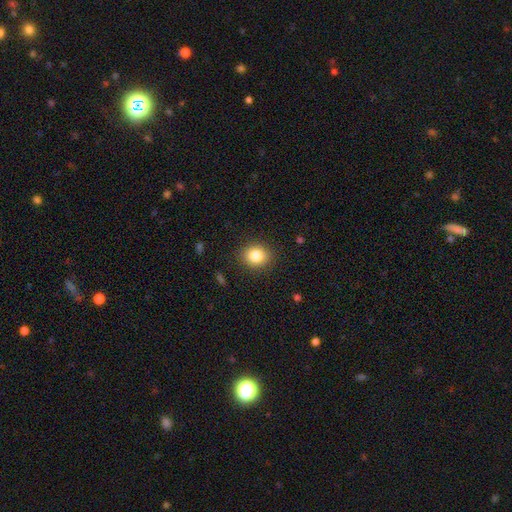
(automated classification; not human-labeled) smooth 83%, star or artifact 10%, featured or disk 7%. Down the decision tree: how rounded — round (72%); merging — none (89%).